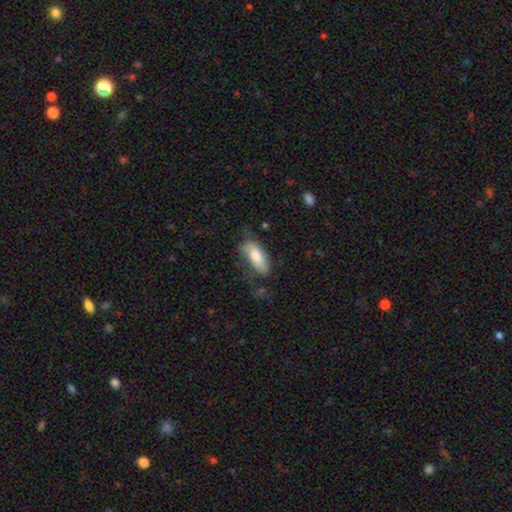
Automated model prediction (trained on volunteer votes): Smooth or featured?
  - smooth: 76% *
  - featured or disk: 17%
  - star or artifact: 6%
How rounded?
  - in between: 76% *
  - cigar-shaped: 22%
  - round: 2%
Merging?
  - none: 47% *
  - minor disturbance: 31%
  - major disturbance: 19%
  - merger: 3%